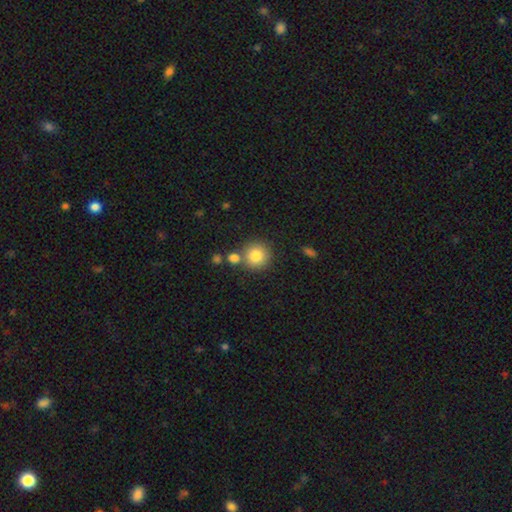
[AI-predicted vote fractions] smooth_or_featured: smooth (p=0.83) [alt: star or artifact p=0.09]
how_rounded: round (p=0.92) [alt: in between p=0.07]
merging: none (p=0.70) [alt: merger p=0.17]